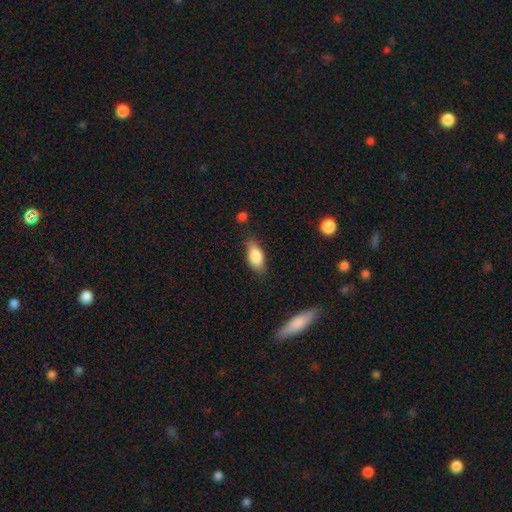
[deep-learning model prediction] Smooth or featured: smooth — 82% (featured or disk — 11%)
How rounded: in between — 85% (cigar-shaped — 12%)
Merging: none — 75% (minor disturbance — 19%)